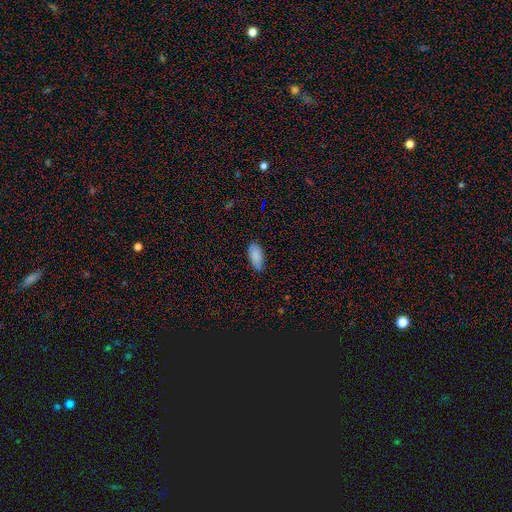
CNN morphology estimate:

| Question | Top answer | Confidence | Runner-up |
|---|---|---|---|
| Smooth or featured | smooth | 86% | star or artifact (7%) |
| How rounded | in between | 90% | cigar-shaped (8%) |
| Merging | none | 79% | minor disturbance (17%) |